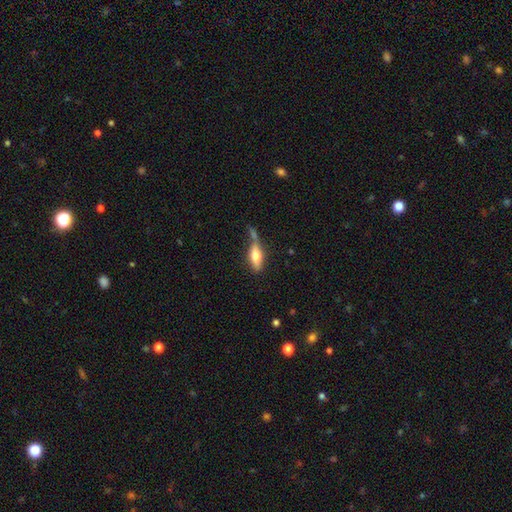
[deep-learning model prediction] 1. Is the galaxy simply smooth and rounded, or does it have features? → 60% smooth, 33% featured or disk, 7% star or artifact.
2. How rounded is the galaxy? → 63% in between, 34% cigar-shaped, 4% round.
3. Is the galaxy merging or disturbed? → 47% none, 22% merger, 21% minor disturbance, 11% major disturbance.